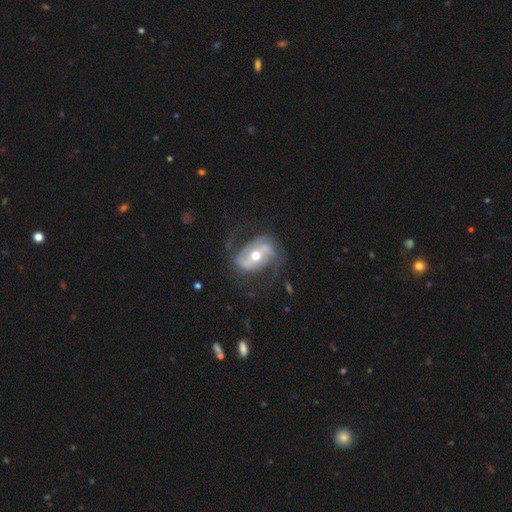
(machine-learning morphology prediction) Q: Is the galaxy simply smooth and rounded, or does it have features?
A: featured or disk — 84%.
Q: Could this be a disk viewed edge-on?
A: no — 96%.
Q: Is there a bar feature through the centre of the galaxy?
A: no — 35%.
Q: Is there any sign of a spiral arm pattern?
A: yes — 91%.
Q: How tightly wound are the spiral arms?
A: medium — 42%.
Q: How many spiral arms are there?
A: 2 — 81%.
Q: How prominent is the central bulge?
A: moderate — 76%.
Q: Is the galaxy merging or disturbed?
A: none — 62%.